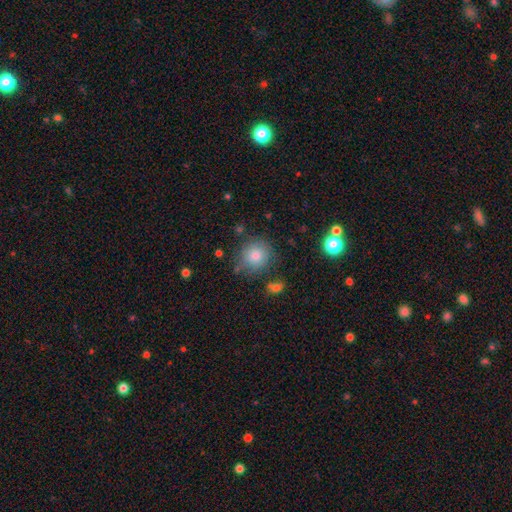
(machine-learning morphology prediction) type=smooth (80%); roundness=round (88%); merging=none (78%).